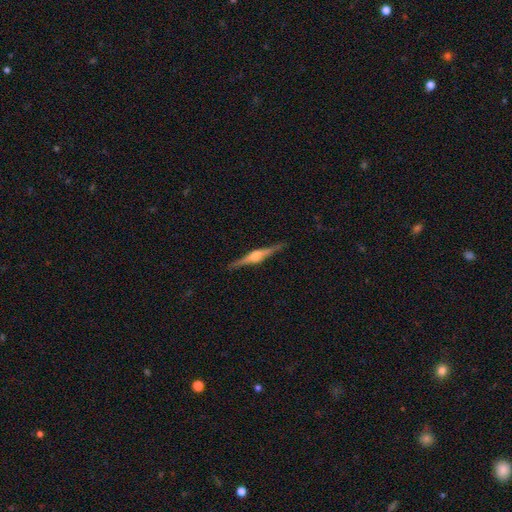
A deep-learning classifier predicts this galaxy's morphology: The model was most divided on "smooth or featured": featured or disk: 83%, smooth: 11%, star or artifact: 5%. More confident: edge-on disk — yes (98%); edge-on bulge — rounded (92%); merging — none (91%).